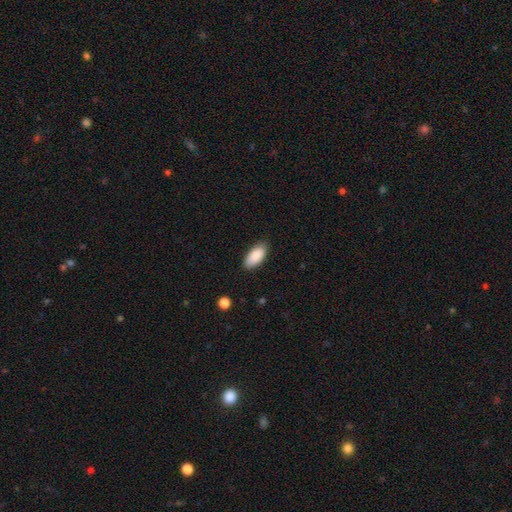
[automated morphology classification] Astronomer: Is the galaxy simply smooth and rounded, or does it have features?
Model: smooth — 89%.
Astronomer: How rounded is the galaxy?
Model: in between — 92%.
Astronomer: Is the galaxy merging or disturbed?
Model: none — 84%.